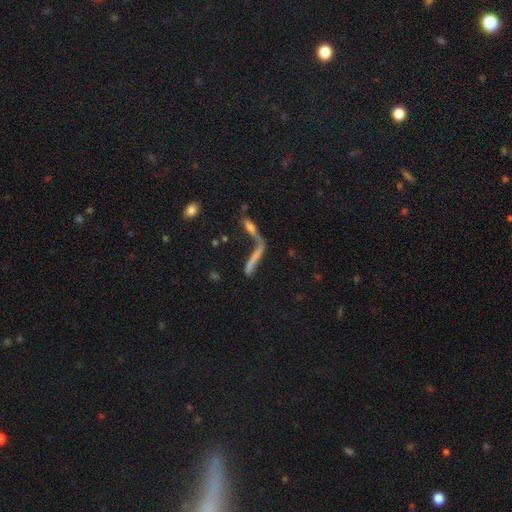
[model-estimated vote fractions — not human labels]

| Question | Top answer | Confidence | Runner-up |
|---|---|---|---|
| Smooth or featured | smooth | 46% | featured or disk (40%) |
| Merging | merger | 52% | none (26%) |